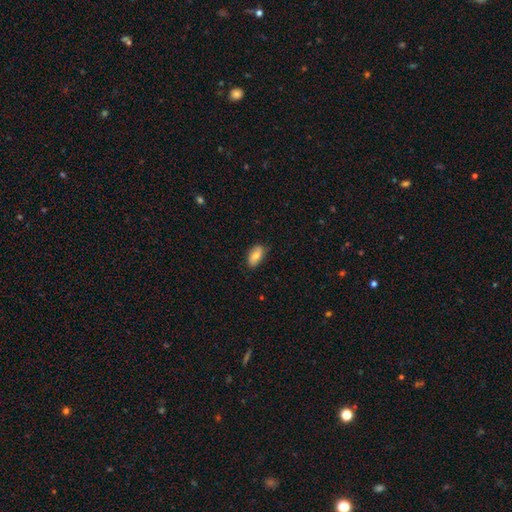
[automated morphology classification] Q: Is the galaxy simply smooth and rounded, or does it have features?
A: smooth — 75%.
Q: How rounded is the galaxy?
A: in between — 91%.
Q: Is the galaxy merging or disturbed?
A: none — 80%.